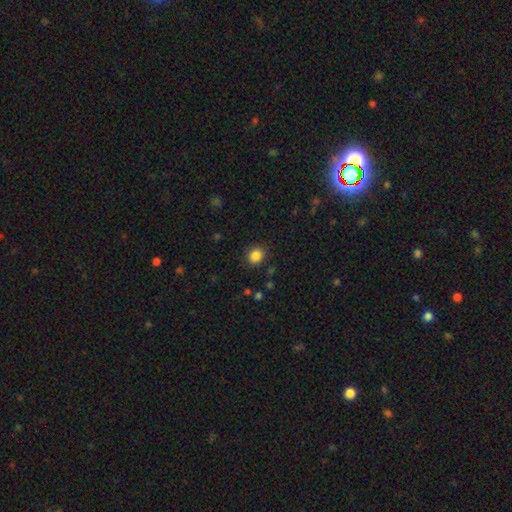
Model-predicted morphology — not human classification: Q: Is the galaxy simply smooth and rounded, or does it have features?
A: smooth — 85%.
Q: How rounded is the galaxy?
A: round — 85%.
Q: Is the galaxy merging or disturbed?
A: none — 88%.